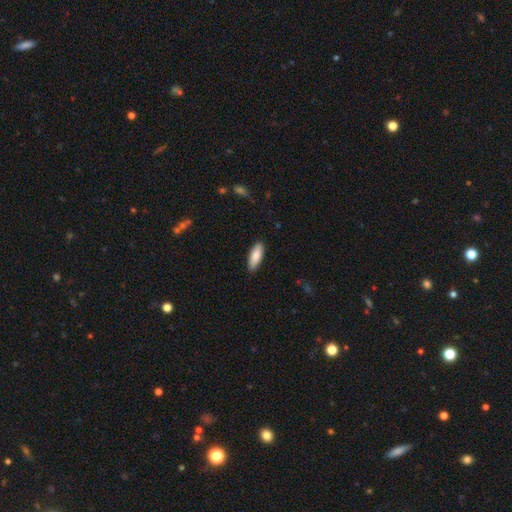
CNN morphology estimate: Q: Smooth or featured?
A: smooth (85%); runner-up: featured or disk (9%)
Q: How rounded?
A: in between (67%); runner-up: cigar-shaped (32%)
Q: Merging?
A: none (86%); runner-up: minor disturbance (11%)